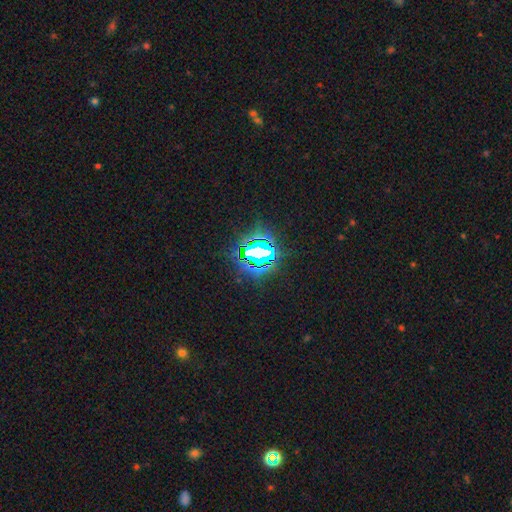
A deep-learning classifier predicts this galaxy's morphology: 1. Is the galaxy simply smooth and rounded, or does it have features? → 77% star or artifact, 12% smooth, 11% featured or disk.